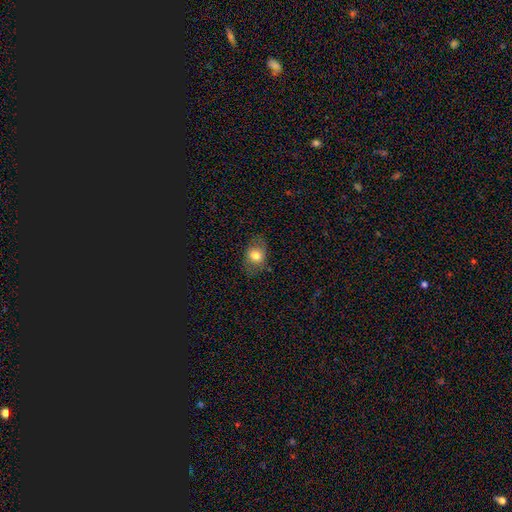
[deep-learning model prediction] A smooth galaxy with no disk features (74%) that is in between round and cigar-shaped (62%).

Vote fractions:
- Smooth or featured? smooth: 74% / featured or disk: 17% / star or artifact: 9%
- How rounded? in between: 62% / round: 36% / cigar-shaped: 1%
- Merging? none: 76% / minor disturbance: 17% / major disturbance: 6% / merger: 1%